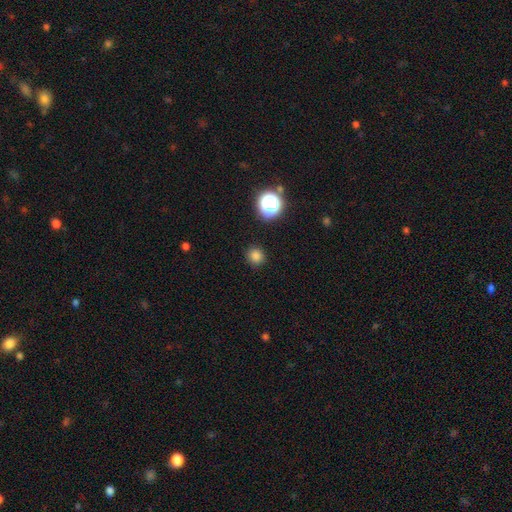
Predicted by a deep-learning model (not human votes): This is clearly a smooth galaxy (80%). How rounded: clearly round (92%). Merging: clearly none (90%).